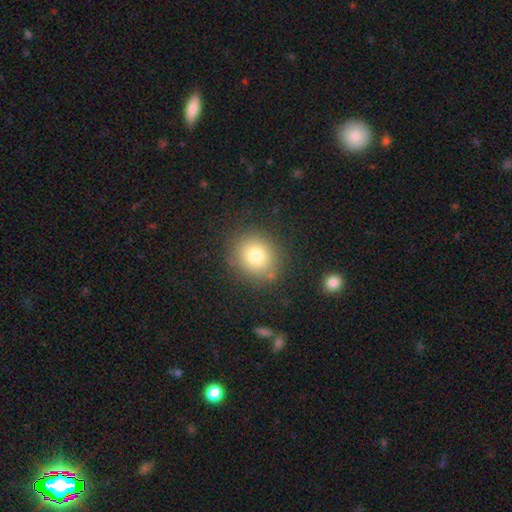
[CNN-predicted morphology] type=smooth (79%); roundness=round (78%); merging=none (83%).